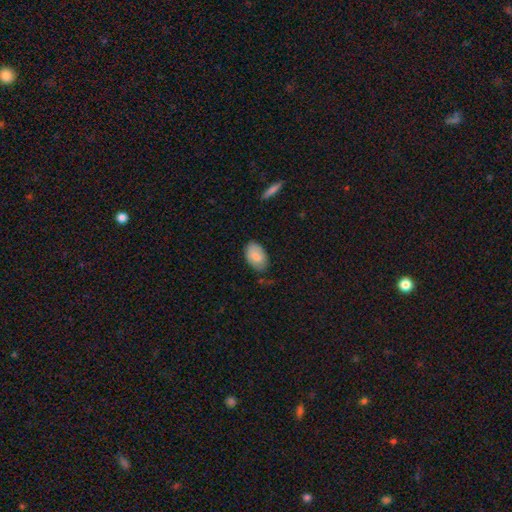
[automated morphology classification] smooth_or_featured: smooth (p=0.81) [alt: featured or disk p=0.13]
how_rounded: in between (p=0.93) [alt: round p=0.06]
merging: none (p=0.68) [alt: minor disturbance p=0.25]